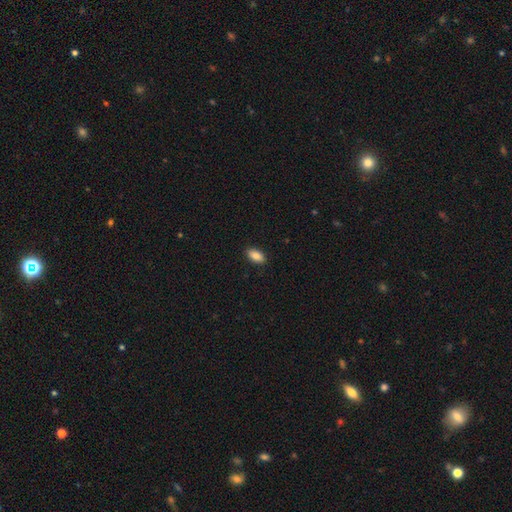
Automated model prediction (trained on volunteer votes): The model was most divided on "smooth or featured": smooth: 87%, star or artifact: 7%, featured or disk: 6%. More confident: how rounded — in between (92%); merging — none (90%).